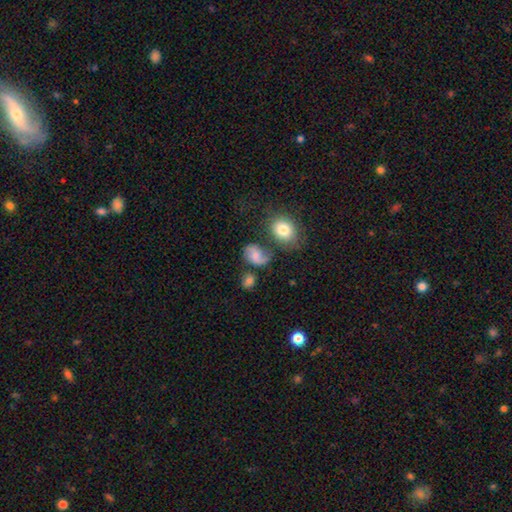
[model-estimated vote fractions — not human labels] This appears to be a smooth galaxy with no disk features (44%, tied with featured or disk). Merging: none (51%).